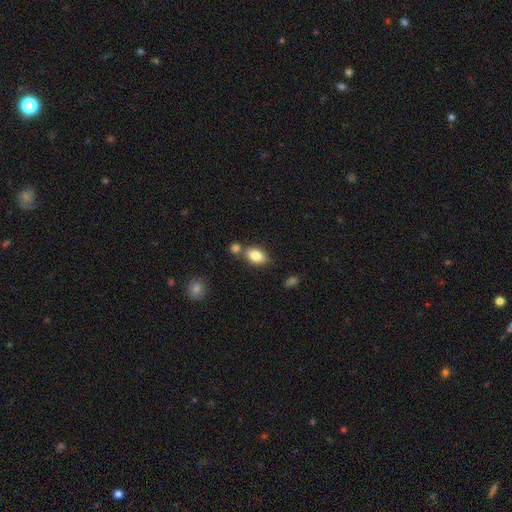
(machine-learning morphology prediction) The model was most divided on "merging": none: 65%, merger: 19%, minor disturbance: 12%, major disturbance: 3%. More confident: how rounded — in between (87%); smooth or featured — smooth (84%).